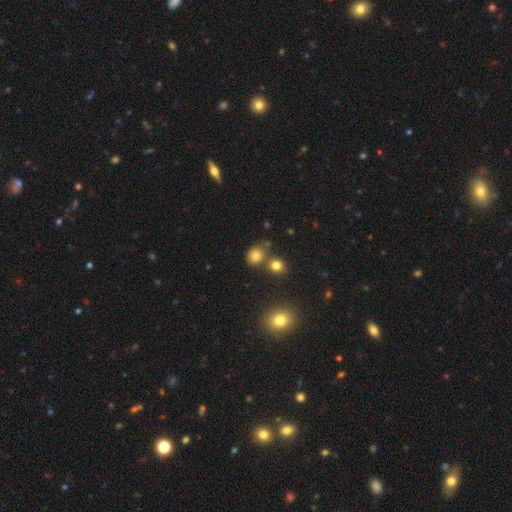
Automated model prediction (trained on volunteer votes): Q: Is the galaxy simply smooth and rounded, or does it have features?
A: smooth — 78%.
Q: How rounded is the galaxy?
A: round — 73%.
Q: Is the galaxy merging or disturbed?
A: none — 67%.